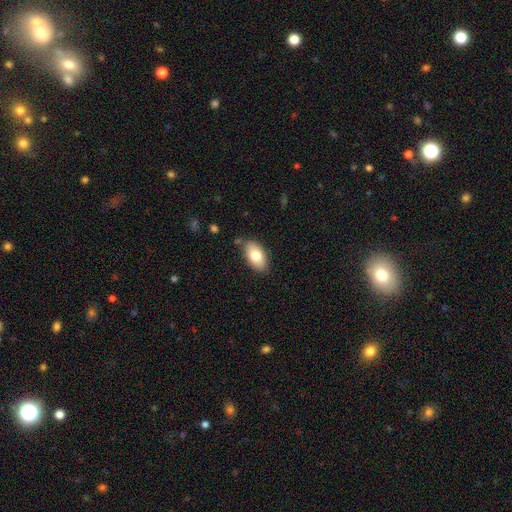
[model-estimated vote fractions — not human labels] Smooth or featured?
  - smooth: 78% *
  - featured or disk: 15%
  - star or artifact: 7%
How rounded?
  - in between: 93% *
  - round: 5%
  - cigar-shaped: 2%
Merging?
  - none: 81% *
  - minor disturbance: 13%
  - major disturbance: 3%
  - merger: 2%